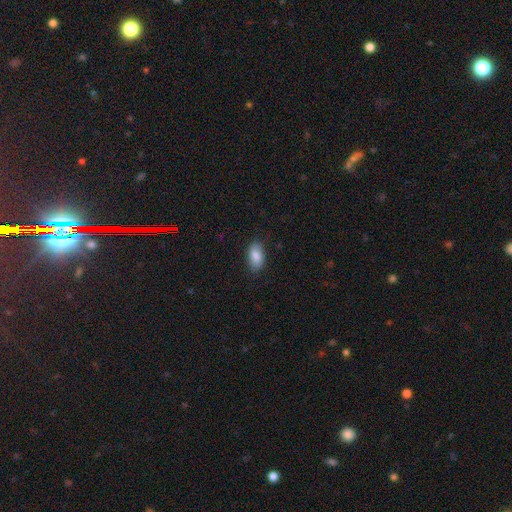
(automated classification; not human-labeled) smooth 87%, featured or disk 7%, star or artifact 7%. Down the decision tree: how rounded — in between (92%); merging — none (84%).